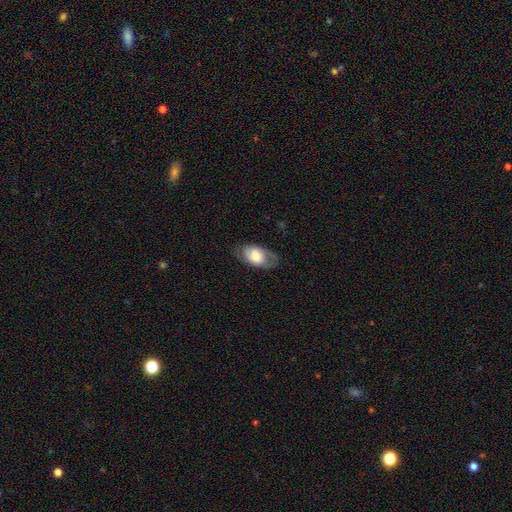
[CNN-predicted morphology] This is possibly a smooth galaxy (55%). How rounded: clearly in between (90%). Merging: likely none (69%).